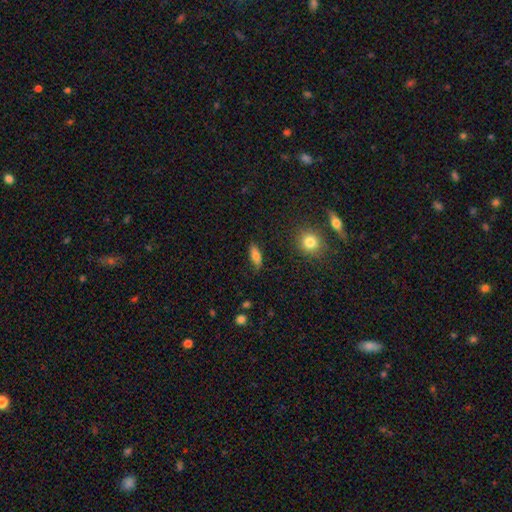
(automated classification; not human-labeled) smooth_or_featured: smooth (p=0.80) [alt: featured or disk p=0.11]
how_rounded: in between (p=0.72) [alt: cigar-shaped p=0.24]
merging: none (p=0.78) [alt: minor disturbance p=0.17]